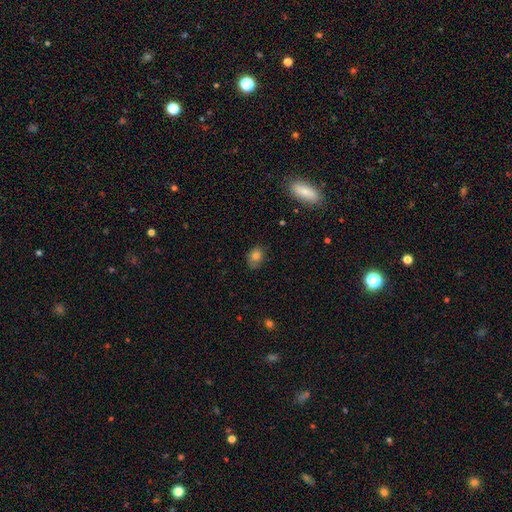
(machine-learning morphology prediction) type=smooth (79%); roundness=in between (61%); merging=none (69%).